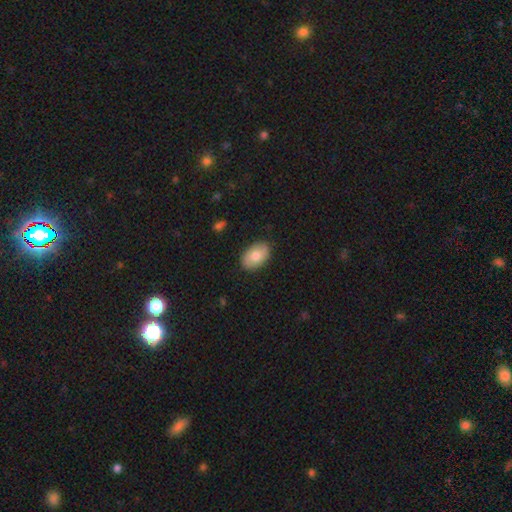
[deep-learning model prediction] Smooth or featured? smooth (74%)
How rounded? in between (91%)
Merging? none (85%)